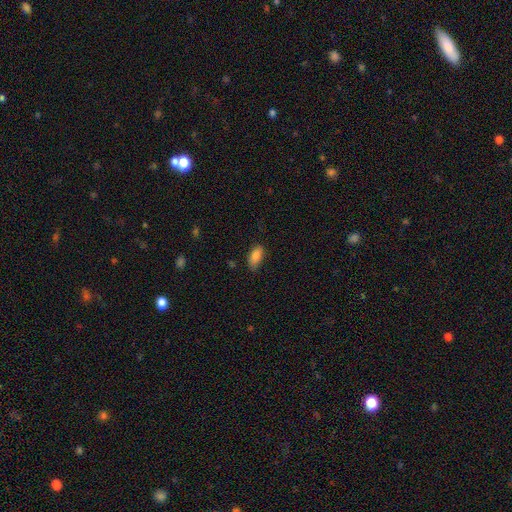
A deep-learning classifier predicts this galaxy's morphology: smooth-or-featured: smooth: 86% | star or artifact: 8% | featured or disk: 7%
  how-rounded: in between: 88% | cigar-shaped: 9% | round: 3%
  merging: none: 73% | minor disturbance: 21% | major disturbance: 4% | merger: 1%